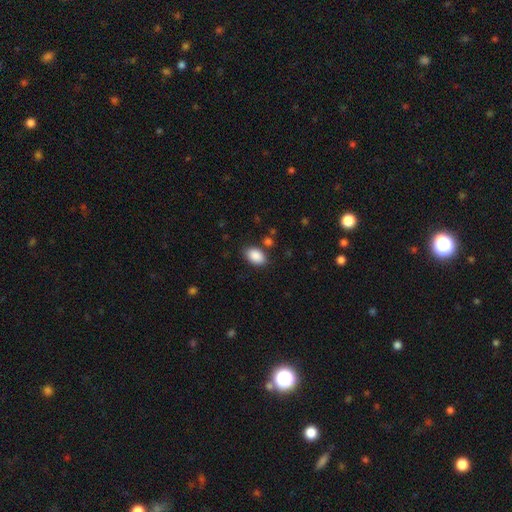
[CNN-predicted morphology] type=smooth (89%); roundness=in between (89%); merging=none (82%).